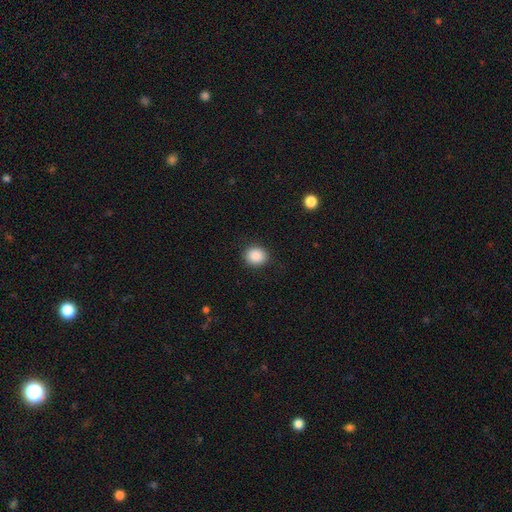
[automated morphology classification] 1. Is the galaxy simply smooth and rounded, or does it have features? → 89% smooth, 8% star or artifact, 3% featured or disk.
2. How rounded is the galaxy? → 73% round, 26% in between, 1% cigar-shaped.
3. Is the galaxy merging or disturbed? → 88% none, 8% minor disturbance, 3% major disturbance, 1% merger.